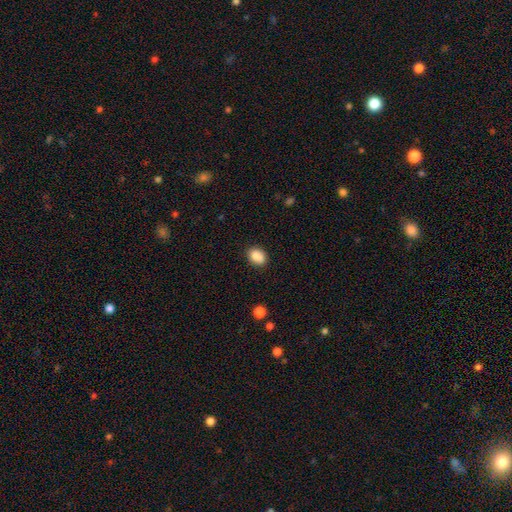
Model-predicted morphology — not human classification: This appears to be a smooth galaxy with no disk features (87%) that is in between round and cigar-shaped (64%). Merging: none (83%).